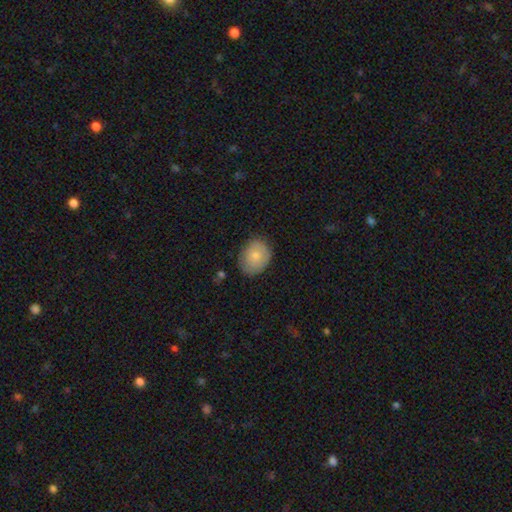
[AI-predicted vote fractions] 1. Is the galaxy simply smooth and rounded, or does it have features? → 75% smooth, 18% featured or disk, 7% star or artifact.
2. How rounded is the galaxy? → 52% in between, 47% round, 1% cigar-shaped.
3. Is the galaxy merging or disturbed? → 75% none, 20% minor disturbance, 4% major disturbance, 1% merger.